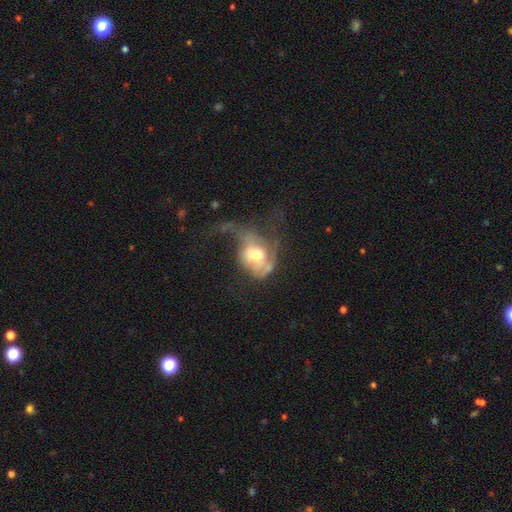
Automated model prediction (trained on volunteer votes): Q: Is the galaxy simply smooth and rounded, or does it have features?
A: featured or disk — 53%.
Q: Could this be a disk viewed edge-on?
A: no — 96%.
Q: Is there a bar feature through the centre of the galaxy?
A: no — 77%.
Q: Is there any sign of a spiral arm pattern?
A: no — 52%.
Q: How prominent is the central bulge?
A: moderate — 60%.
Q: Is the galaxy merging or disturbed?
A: major disturbance — 62%.